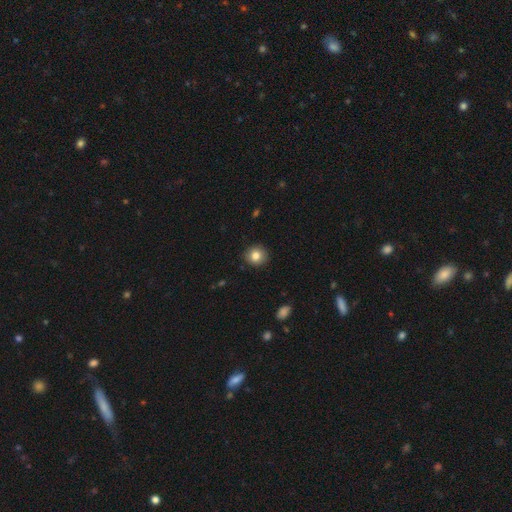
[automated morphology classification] A smooth galaxy with no disk features (83%) that is round (89%). Merging: none (90%).